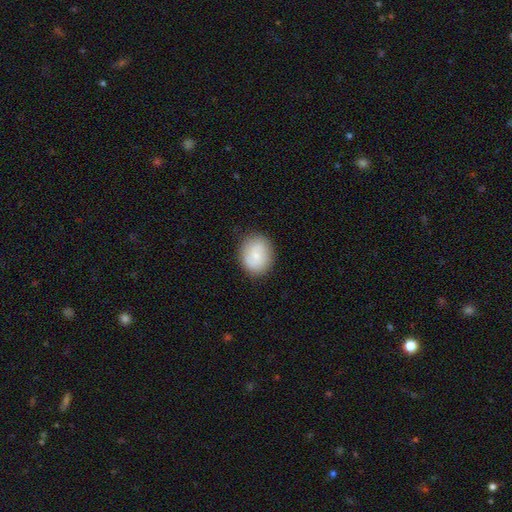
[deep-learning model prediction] This is likely a smooth galaxy (72%). How rounded: possibly round (56%). Merging: clearly none (85%).